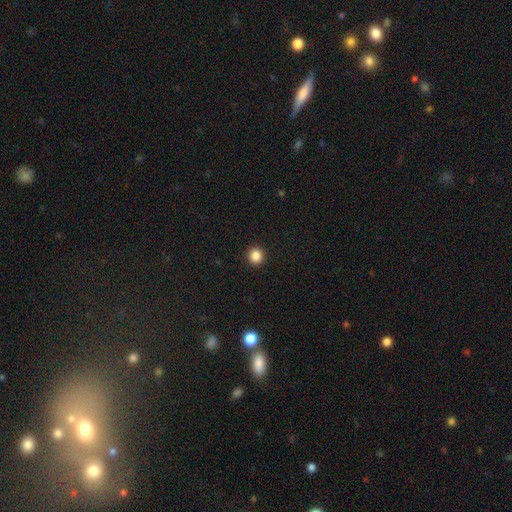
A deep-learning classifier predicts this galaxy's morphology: Q: Smooth or featured?
A: smooth (86%); runner-up: star or artifact (11%)
Q: How rounded?
A: round (91%); runner-up: in between (8%)
Q: Merging?
A: none (93%); runner-up: minor disturbance (5%)